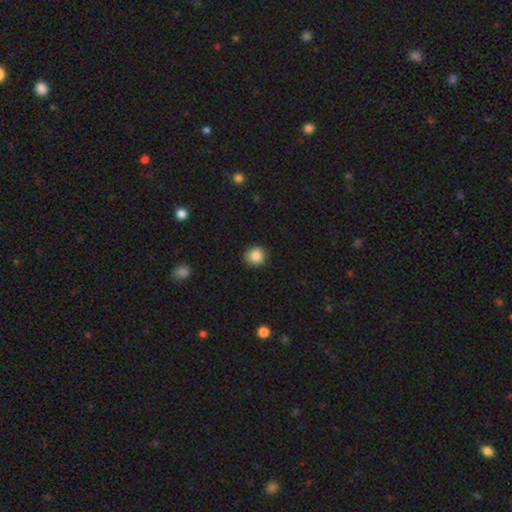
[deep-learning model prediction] Smooth or featured: smooth — 86% (star or artifact — 10%)
How rounded: round — 88% (in between — 11%)
Merging: none — 87% (minor disturbance — 10%)